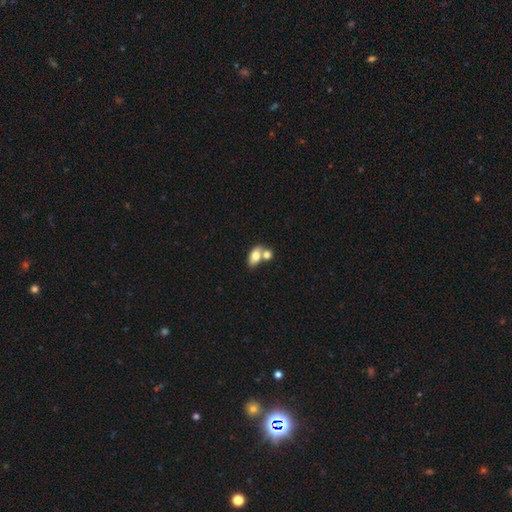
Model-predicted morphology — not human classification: Smooth or featured? Predicted: smooth (p=0.77). How rounded? Predicted: in between (p=0.86). Merging? Predicted: merger (p=0.52).